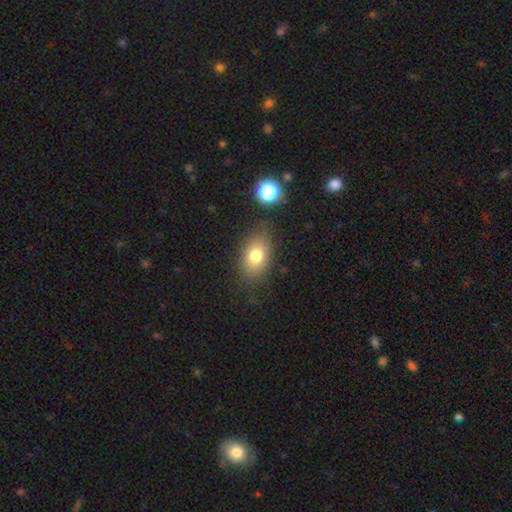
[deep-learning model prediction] smooth 77%, featured or disk 12%, star or artifact 11%. Down the decision tree: how rounded — in between (80%); merging — none (77%).